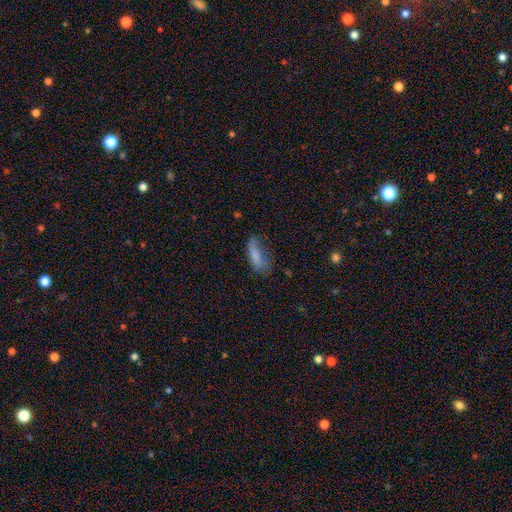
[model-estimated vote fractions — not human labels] Smooth or featured? Predicted: smooth (p=0.75). How rounded? Predicted: in between (p=0.67). Merging? Predicted: none (p=0.40).